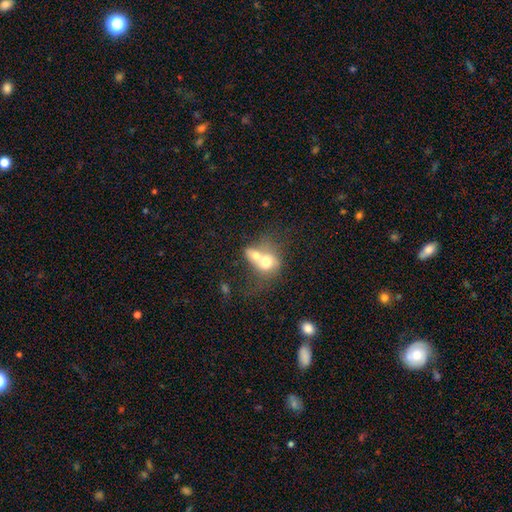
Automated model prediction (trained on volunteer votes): This appears to be a smooth galaxy with no disk features (63%) that is round (52%). Merging: merger (76%).